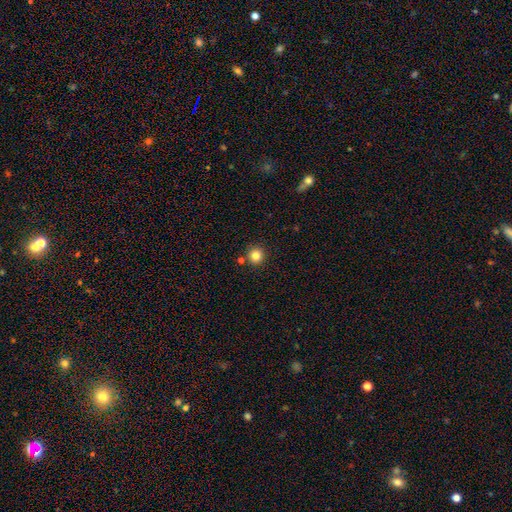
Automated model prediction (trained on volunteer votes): Overall: smooth (83%). How rounded: round (92%). Merging: none (84%).